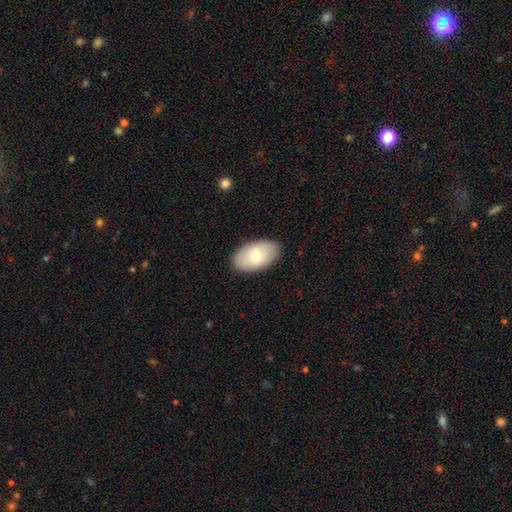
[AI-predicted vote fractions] Q: Smooth or featured?
A: smooth (71%); runner-up: featured or disk (24%)
Q: How rounded?
A: in between (94%); runner-up: round (5%)
Q: Merging?
A: none (88%); runner-up: minor disturbance (9%)